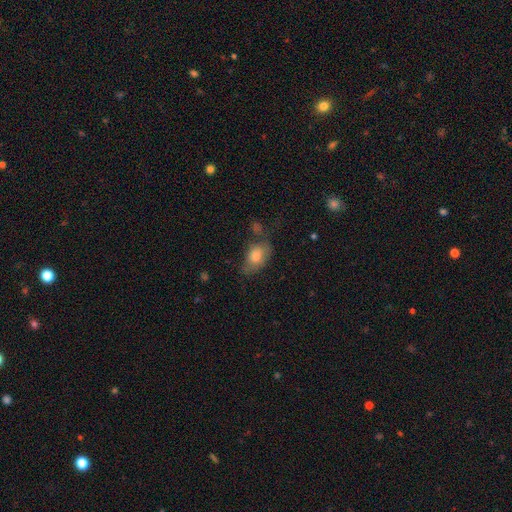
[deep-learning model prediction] Smooth or featured? smooth (72%)
How rounded? in between (83%)
Merging? none (50%)